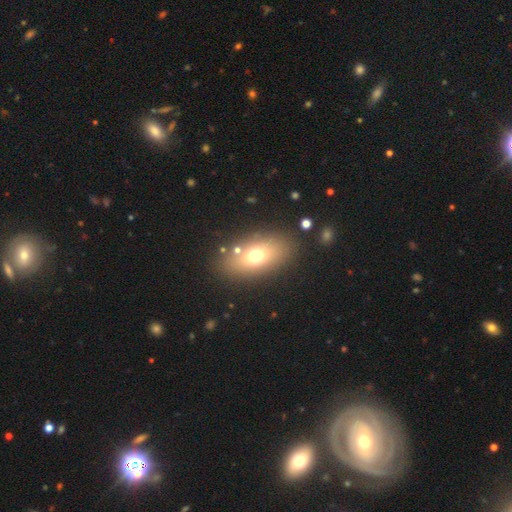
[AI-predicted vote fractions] smooth 67%, featured or disk 20%, star or artifact 13%. Down the decision tree: how rounded — in between (80%); merging — none (82%).